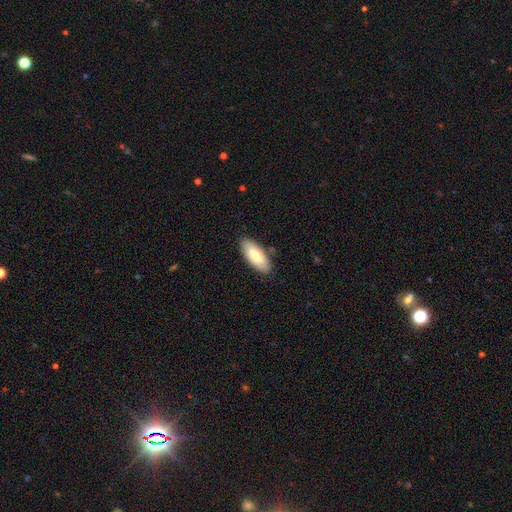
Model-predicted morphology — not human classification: type=smooth (79%); roundness=in between (83%); merging=none (85%).